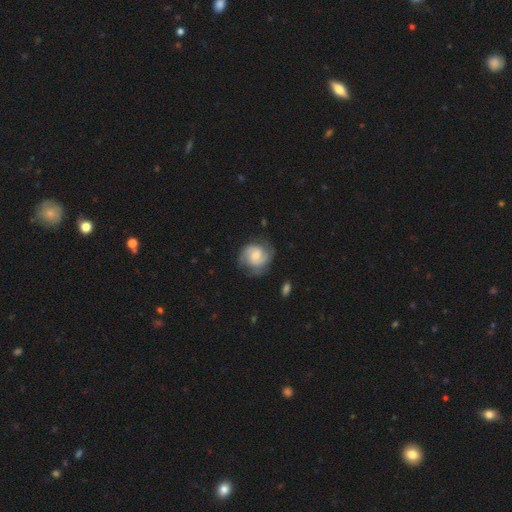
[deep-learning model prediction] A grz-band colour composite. It shows a featured or disk galaxy (75%) with no bar (52%), 2 (71%) medium (45%) spiral arms (94%) and a moderate central bulge (45%). Merging: none (73%).